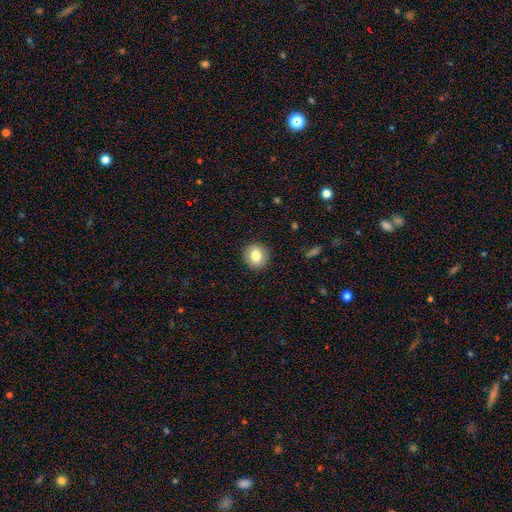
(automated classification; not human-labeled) Smooth or featured? smooth (81%)
How rounded? round (87%)
Merging? none (90%)